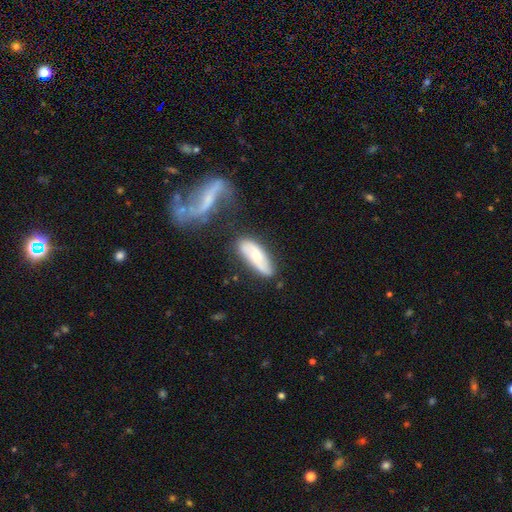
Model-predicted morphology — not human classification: The model was most divided on "smooth or featured": smooth: 48%, featured or disk: 45%, star or artifact: 6%. More confident: merging — none (66%).